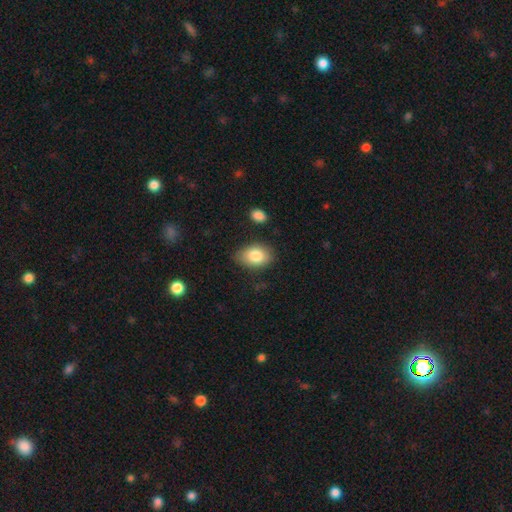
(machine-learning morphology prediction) smooth-or-featured: smooth: 83% | featured or disk: 10% | star or artifact: 7%
  how-rounded: in between: 86% | round: 13% | cigar-shaped: 1%
  merging: none: 77% | minor disturbance: 17% | major disturbance: 3% | merger: 2%